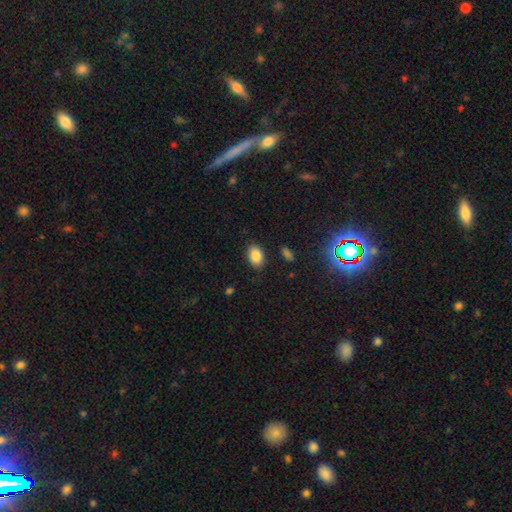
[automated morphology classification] Smooth or featured: smooth — 86% (star or artifact — 8%)
How rounded: in between — 85% (round — 14%)
Merging: none — 86% (minor disturbance — 10%)